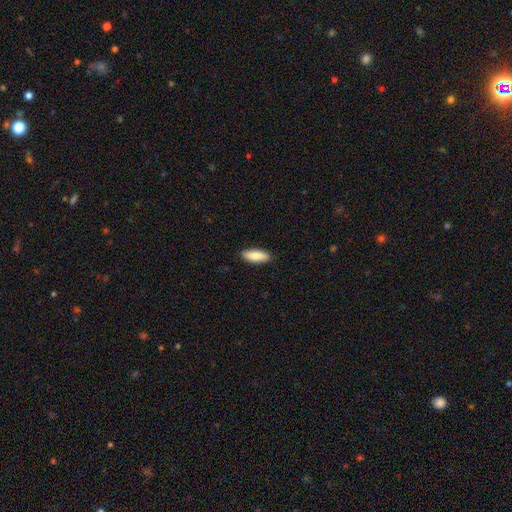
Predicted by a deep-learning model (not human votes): Q: Smooth or featured?
A: smooth (84%); runner-up: featured or disk (11%)
Q: How rounded?
A: in between (68%); runner-up: cigar-shaped (30%)
Q: Merging?
A: none (89%); runner-up: minor disturbance (8%)